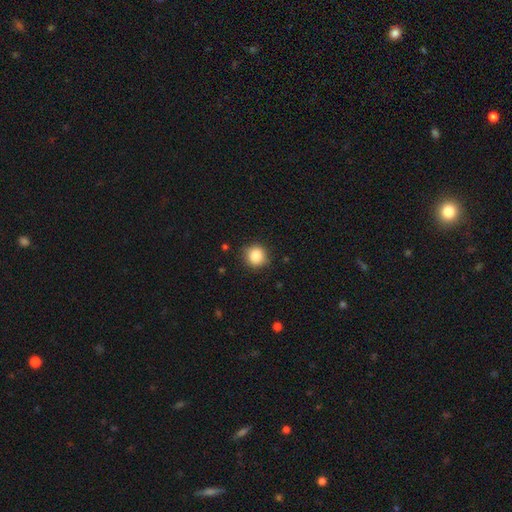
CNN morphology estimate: A smooth galaxy with no disk features (84%) that is round (90%). Merging: none (85%).